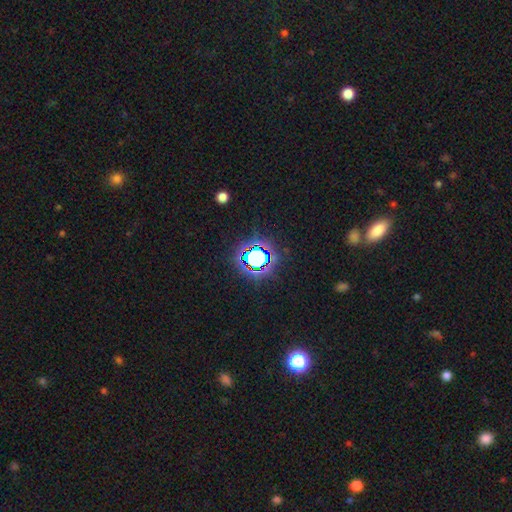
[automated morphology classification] Smooth or featured? star or artifact (70%)